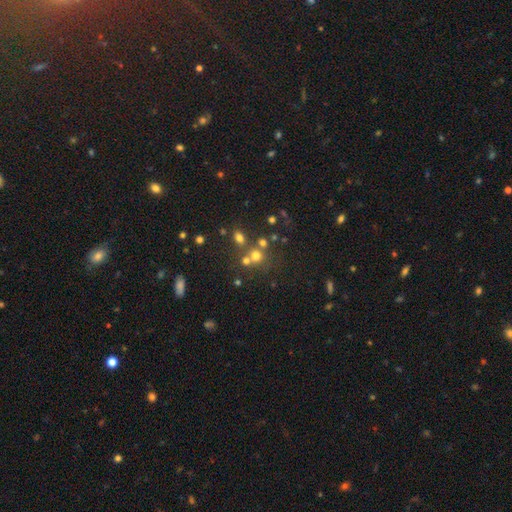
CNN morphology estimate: The model was most divided on "merging": none: 55%, merger: 31%, minor disturbance: 9%, major disturbance: 5%. More confident: how rounded — round (82%); smooth or featured — smooth (63%).